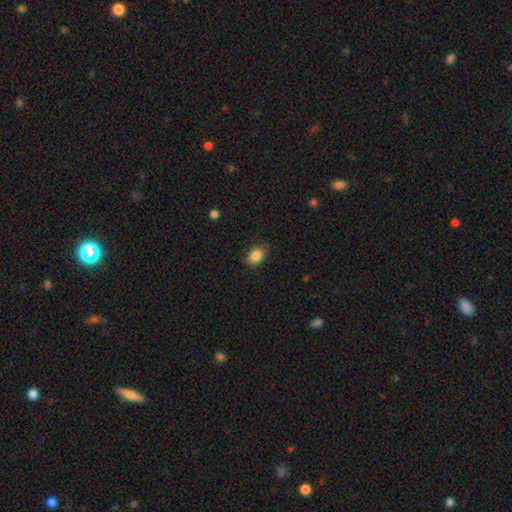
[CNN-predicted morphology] Smooth or featured?
  - smooth: 87% *
  - star or artifact: 9%
  - featured or disk: 4%
How rounded?
  - in between: 70% *
  - round: 29%
  - cigar-shaped: 1%
Merging?
  - none: 84% *
  - minor disturbance: 12%
  - major disturbance: 3%
  - merger: 1%